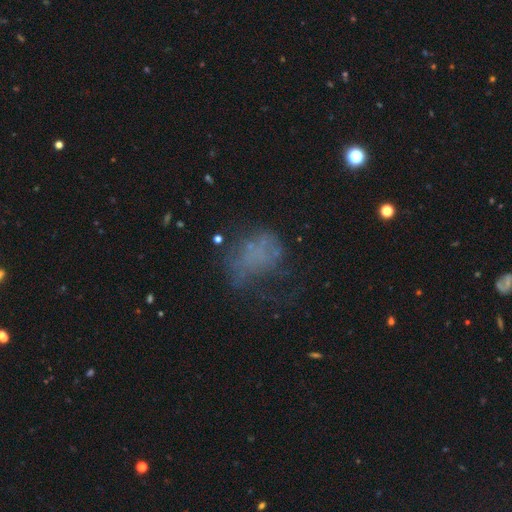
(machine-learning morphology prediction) smooth_or_featured: smooth (p=0.39) [alt: featured or disk p=0.37]
merging: major disturbance (p=0.40) [alt: none p=0.36]